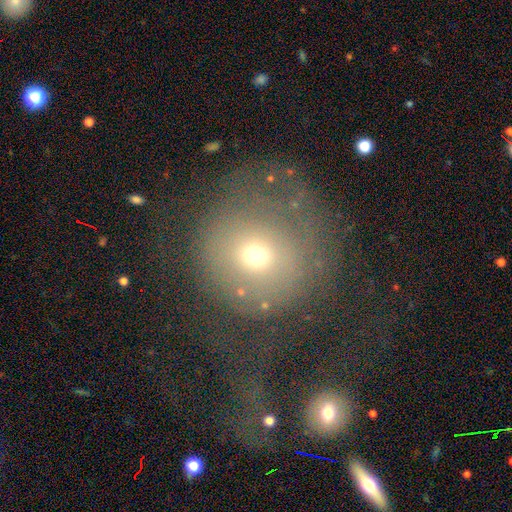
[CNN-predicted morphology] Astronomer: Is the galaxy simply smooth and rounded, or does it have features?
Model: smooth — 59%.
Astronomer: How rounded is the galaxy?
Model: round — 91%.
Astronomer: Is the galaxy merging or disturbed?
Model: major disturbance — 43% (runner-up: none, 37%).